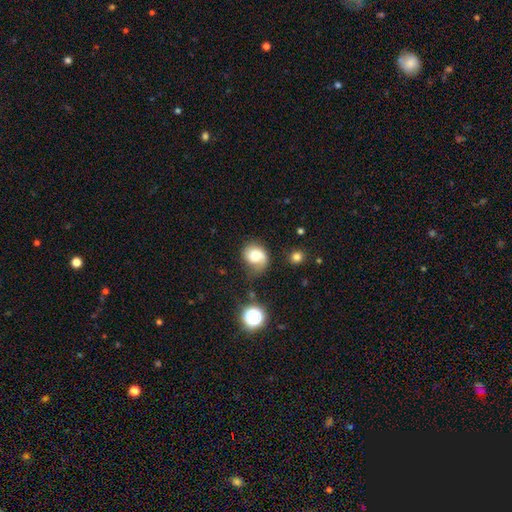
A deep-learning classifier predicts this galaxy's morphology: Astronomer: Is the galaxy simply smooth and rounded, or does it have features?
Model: smooth — 59%.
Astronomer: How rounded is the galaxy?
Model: round — 59% (runner-up: in between, 40%).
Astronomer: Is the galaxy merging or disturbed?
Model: none — 43% (runner-up: minor disturbance, 31%).